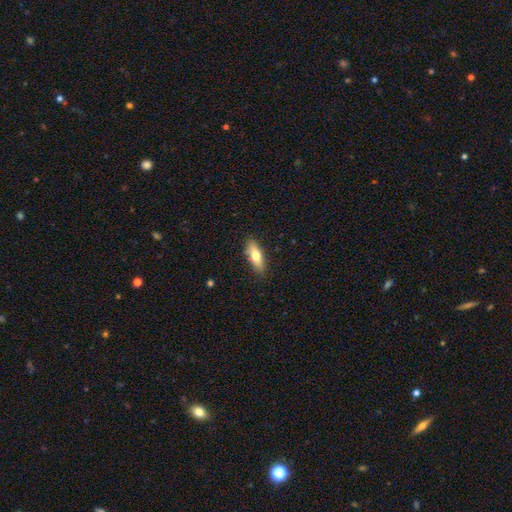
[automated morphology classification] smooth-or-featured: smooth: 69% | featured or disk: 25% | star or artifact: 7%
  how-rounded: in between: 58% | cigar-shaped: 39% | round: 3%
  merging: none: 84% | minor disturbance: 12% | major disturbance: 2% | merger: 2%